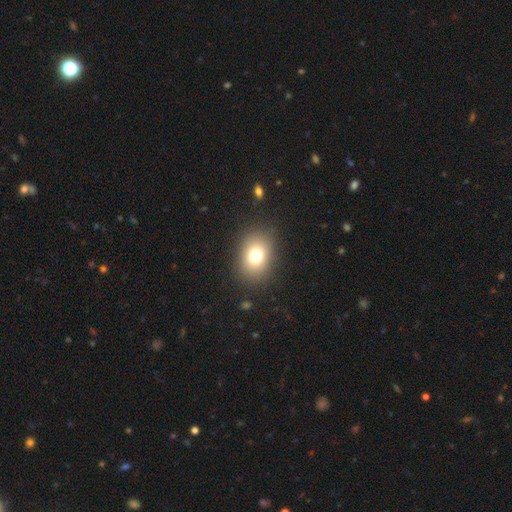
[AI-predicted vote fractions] Smooth or featured? Predicted: smooth (p=0.75). How rounded? Predicted: in between (p=0.60). Merging? Predicted: none (p=0.86).